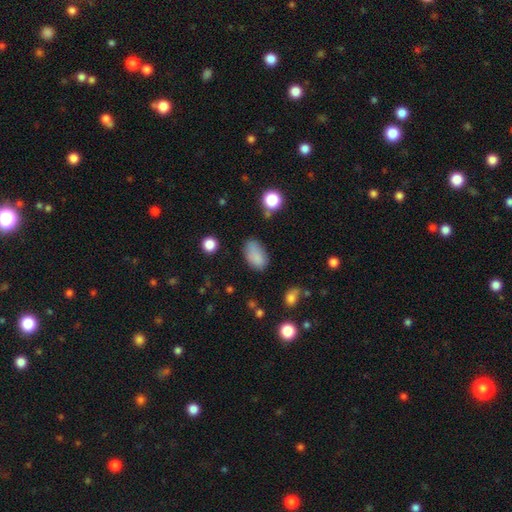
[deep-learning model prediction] A smooth galaxy with no disk features (85%) that is in between round and cigar-shaped (93%). Merging: none (68%).